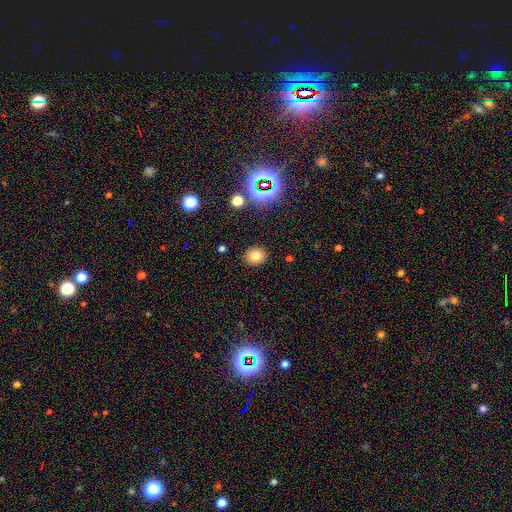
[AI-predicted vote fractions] A smooth galaxy with no disk features (77%) that is round (68%). Merging: none (89%).